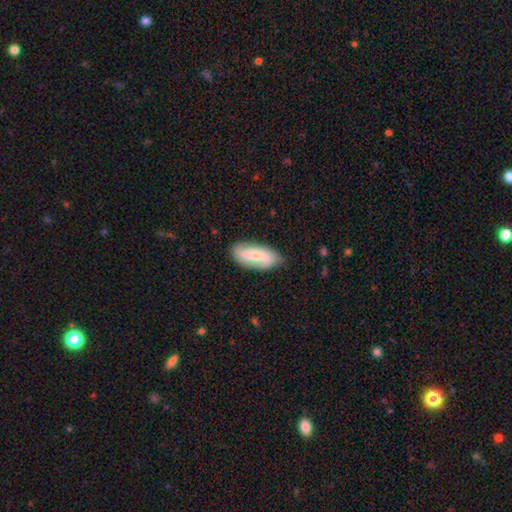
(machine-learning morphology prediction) A featured or disk galaxy (51%).

Vote fractions:
- Smooth or featured? featured or disk: 51% / smooth: 43% / star or artifact: 7%
- Edge-on disk? no: 90% / yes: 10%
- Merging? none: 78% / minor disturbance: 17% / major disturbance: 4% / merger: 1%